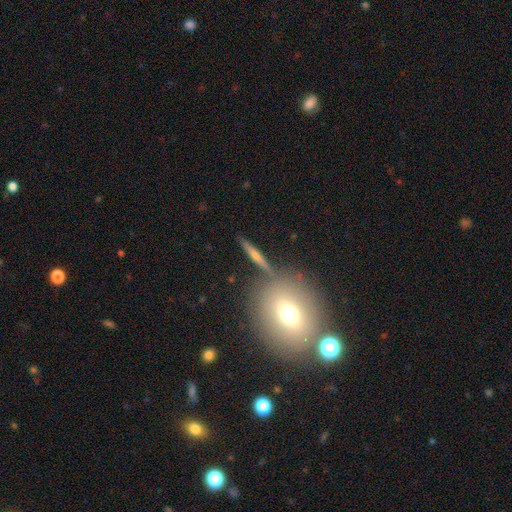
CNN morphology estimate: This appears to be a smooth galaxy with no disk features (46%). Merging: none (79%).